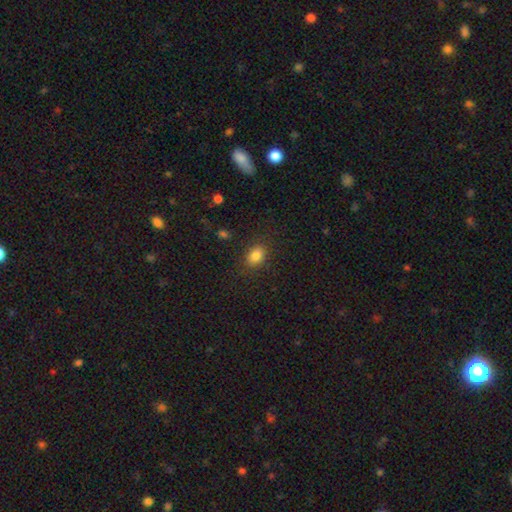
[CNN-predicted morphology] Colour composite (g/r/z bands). It shows a smooth galaxy with no disk features (83%) that is in between round and cigar-shaped (79%). Merging: none (83%).